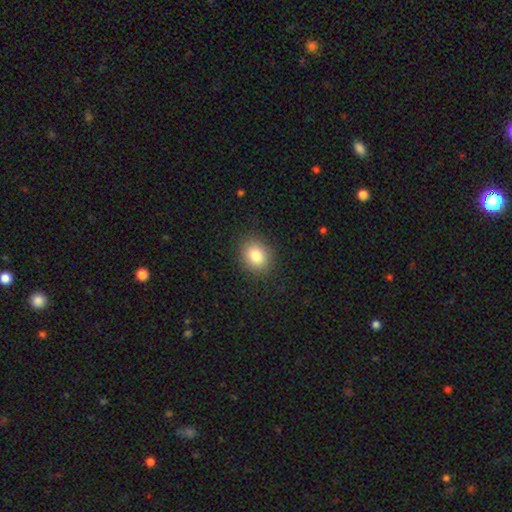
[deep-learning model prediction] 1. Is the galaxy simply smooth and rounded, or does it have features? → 83% smooth, 10% star or artifact, 7% featured or disk.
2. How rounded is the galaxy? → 64% round, 35% in between, 1% cigar-shaped.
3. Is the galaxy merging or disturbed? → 88% none, 8% minor disturbance, 3% major disturbance, 1% merger.